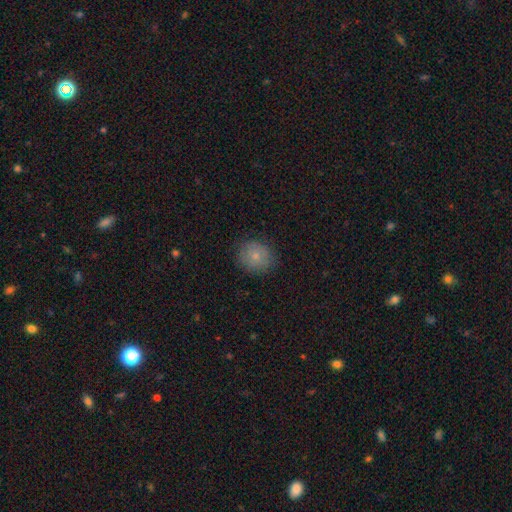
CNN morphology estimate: This is likely a smooth galaxy (79%). How rounded: clearly round (82%). Merging: clearly none (84%).